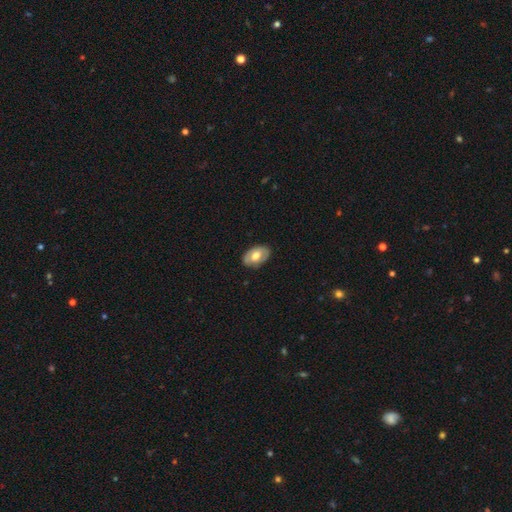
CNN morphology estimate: Smooth or featured: smooth — 56% (featured or disk — 38%)
How rounded: in between — 91% (round — 8%)
Merging: none — 83% (minor disturbance — 13%)